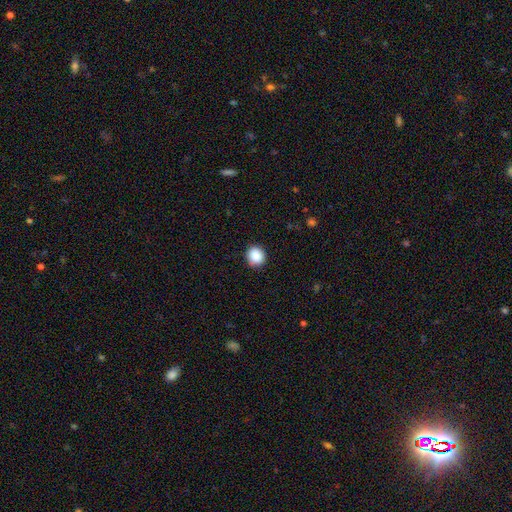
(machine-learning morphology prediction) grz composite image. It shows a smooth galaxy with no disk features (89%) that is round (85%). Merging: none (90%).